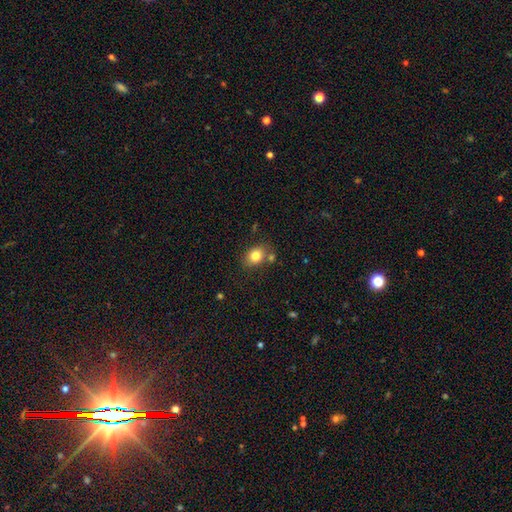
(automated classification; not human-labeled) Smooth or featured? smooth (81%)
How rounded? in between (61%)
Merging? none (71%)